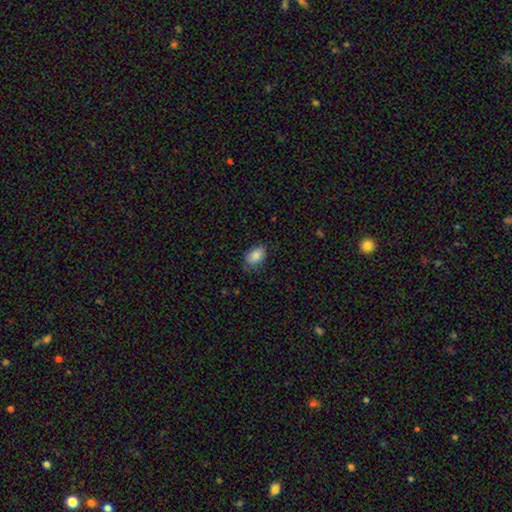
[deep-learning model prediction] Q: Smooth or featured?
A: smooth (86%); runner-up: star or artifact (8%)
Q: How rounded?
A: in between (86%); runner-up: round (12%)
Q: Merging?
A: none (75%); runner-up: minor disturbance (20%)